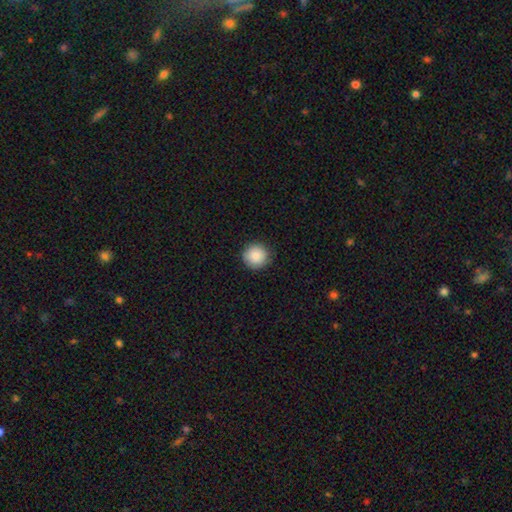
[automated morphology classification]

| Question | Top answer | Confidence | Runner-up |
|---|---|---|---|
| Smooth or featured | smooth | 89% | star or artifact (8%) |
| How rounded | round | 96% | in between (3%) |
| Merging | none | 91% | minor disturbance (6%) |